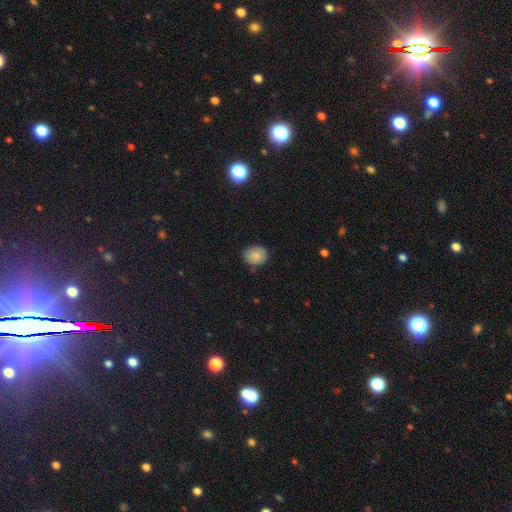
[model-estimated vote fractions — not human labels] smooth_or_featured: smooth (p=0.84) [alt: star or artifact p=0.09]
how_rounded: round (p=0.60) [alt: in between p=0.40]
merging: none (p=0.82) [alt: minor disturbance p=0.14]